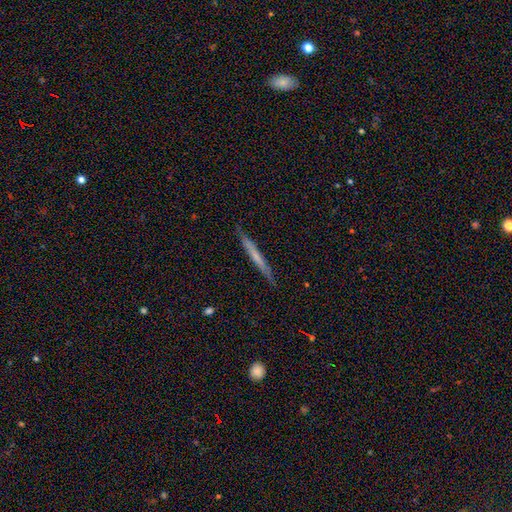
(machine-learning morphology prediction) type=smooth (51%); roundness=cigar-shaped (97%); merging=none (88%).